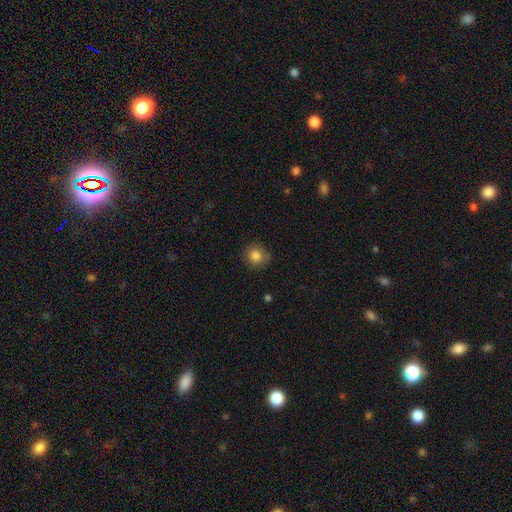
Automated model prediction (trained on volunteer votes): A smooth galaxy with no disk features (82%) that is round (88%).

Vote fractions:
- Smooth or featured? smooth: 82% / star or artifact: 10% / featured or disk: 7%
- How rounded? round: 88% / in between: 11% / cigar-shaped: 1%
- Merging? none: 86% / minor disturbance: 11% / major disturbance: 3% / merger: 1%